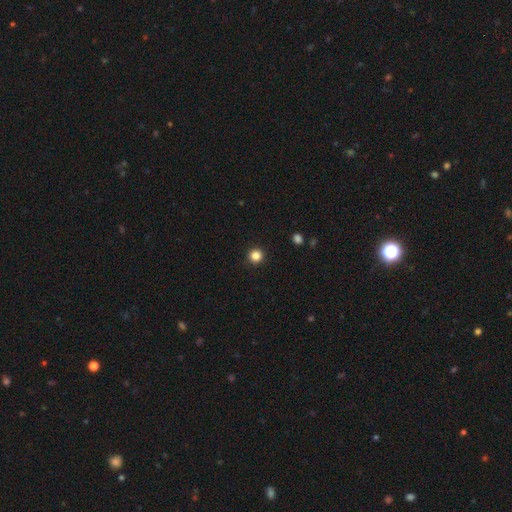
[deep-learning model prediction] smooth 85%, star or artifact 12%, featured or disk 3%. Down the decision tree: how rounded — round (96%); merging — none (93%).